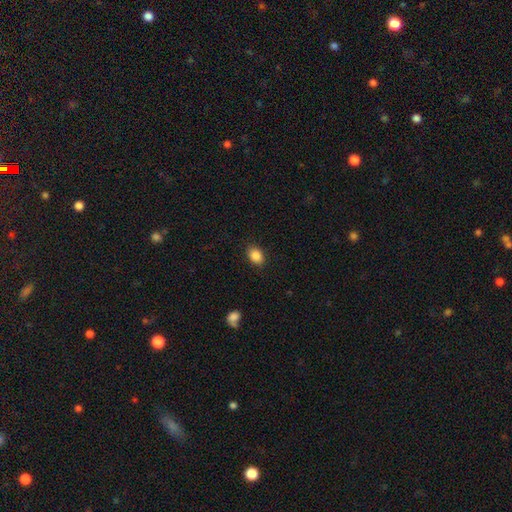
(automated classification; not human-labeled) Smooth or featured: smooth — 87% (star or artifact — 9%)
How rounded: in between — 70% (round — 29%)
Merging: none — 87% (minor disturbance — 9%)